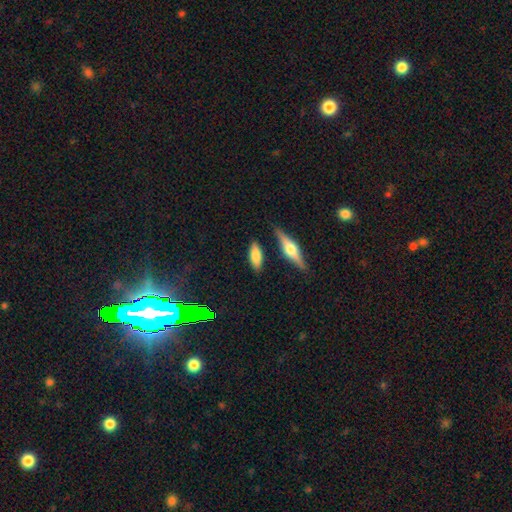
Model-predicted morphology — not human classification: type=smooth (75%); roundness=in between (69%); merging=none (81%).